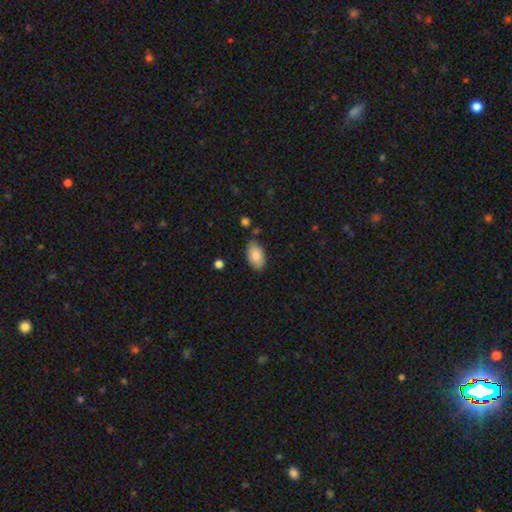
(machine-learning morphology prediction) A smooth galaxy with no disk features (80%) that is in between round and cigar-shaped (92%).

Vote fractions:
- Smooth or featured? smooth: 80% / featured or disk: 13% / star or artifact: 7%
- How rounded? in between: 92% / round: 7% / cigar-shaped: 1%
- Merging? none: 79% / minor disturbance: 15% / merger: 3% / major disturbance: 3%